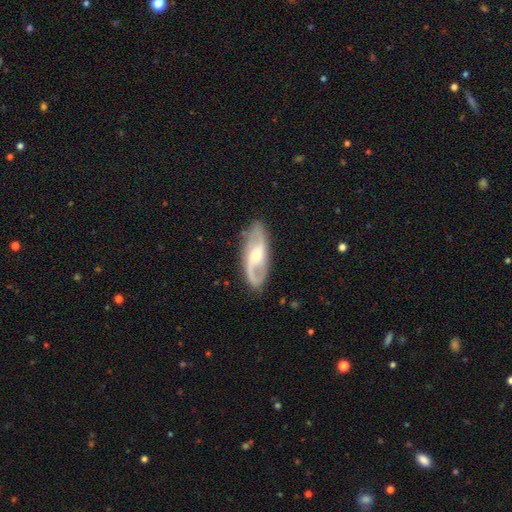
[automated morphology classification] This appears to be a featured or disk galaxy (82%) with a weak bar (45%), 2 (86%) medium (44%) spiral arms (94%) and a moderate central bulge (53%). Merging: none (81%).